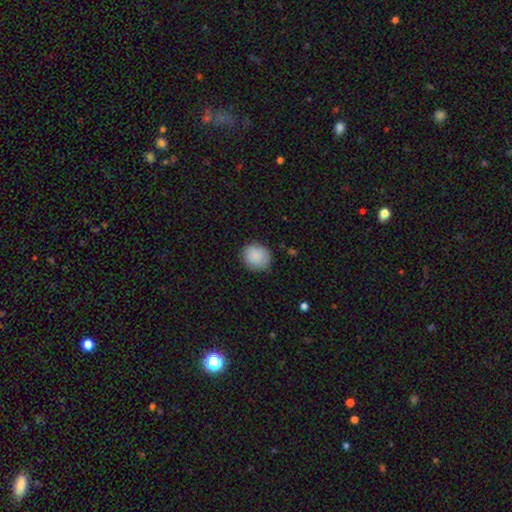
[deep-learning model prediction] A smooth galaxy with no disk features (88%) that is round (78%). Merging: none (82%).